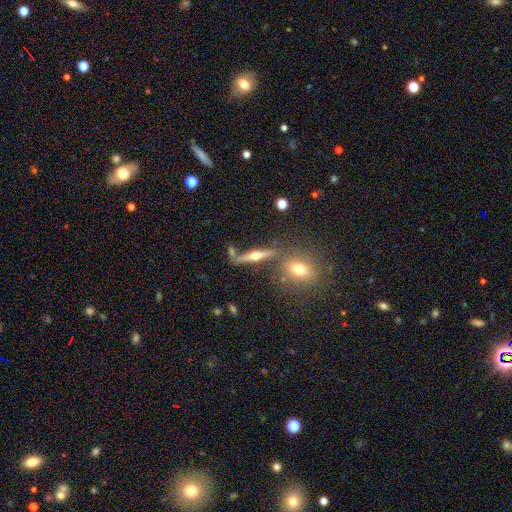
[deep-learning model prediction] Q: Smooth or featured?
A: featured or disk (69%); runner-up: smooth (22%)
Q: Edge-on disk?
A: yes (91%); runner-up: no (9%)
Q: Edge-on bulge?
A: rounded (94%); runner-up: none (3%)
Q: Merging?
A: none (72%); runner-up: minor disturbance (12%)